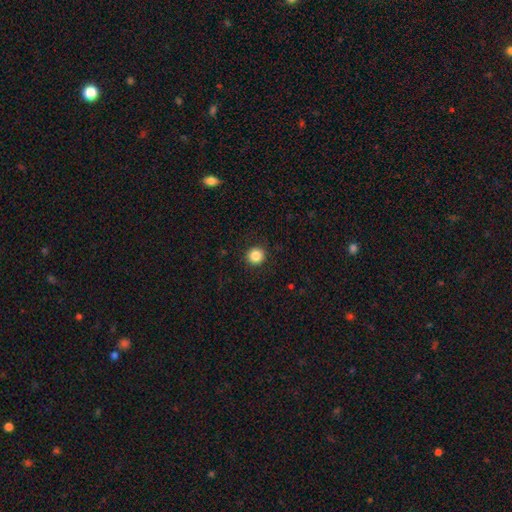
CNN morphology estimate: smooth 85%, star or artifact 10%, featured or disk 4%. Down the decision tree: how rounded — round (93%); merging — none (92%).